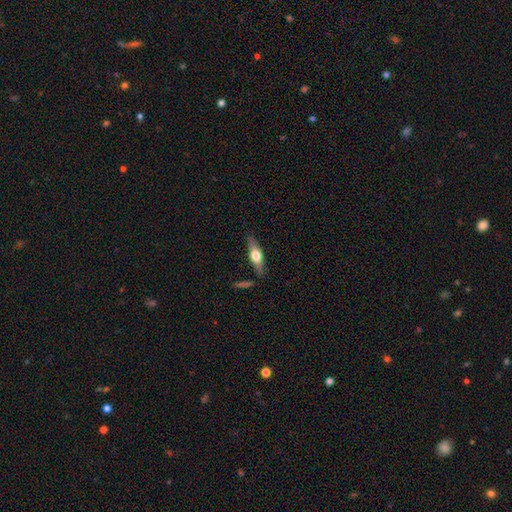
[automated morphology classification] This appears to be a featured or disk galaxy (51%) viewed edge-on (90%). Merging: none (79%).